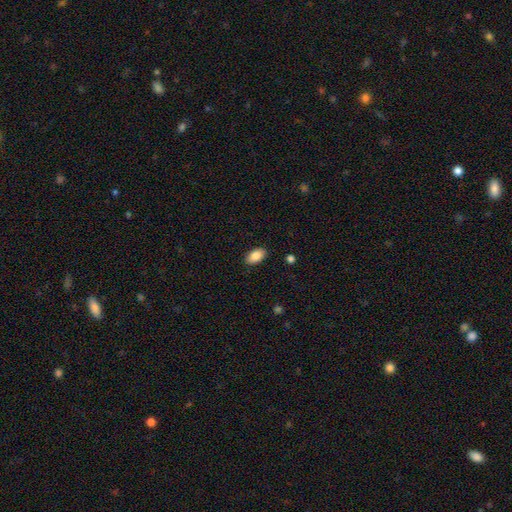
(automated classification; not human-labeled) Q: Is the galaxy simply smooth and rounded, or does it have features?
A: smooth — 86%.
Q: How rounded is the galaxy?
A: in between — 93%.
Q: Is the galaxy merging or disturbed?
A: none — 88%.